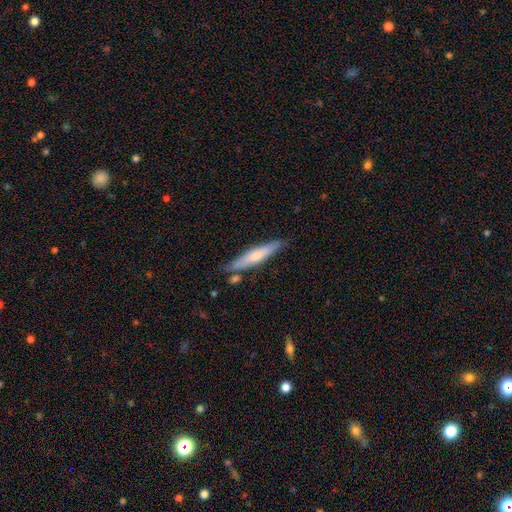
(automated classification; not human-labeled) smooth-or-featured: smooth: 54% | featured or disk: 40% | star or artifact: 6%
  how-rounded: cigar-shaped: 88% | in between: 11% | round: 1%
  merging: none: 76% | minor disturbance: 15% | merger: 6% | major disturbance: 3%